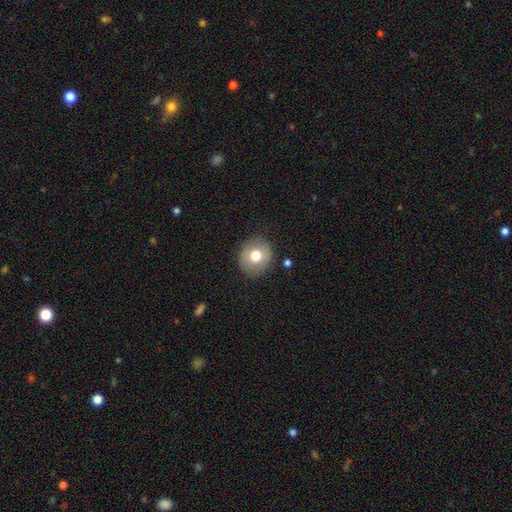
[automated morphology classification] A smooth galaxy with no disk features (73%) that is round (82%). Merging: none (88%).